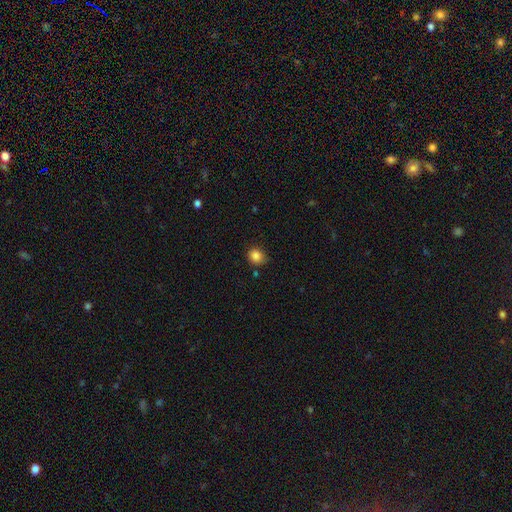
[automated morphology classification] Smooth or featured? smooth (85%)
How rounded? round (71%)
Merging? none (74%)